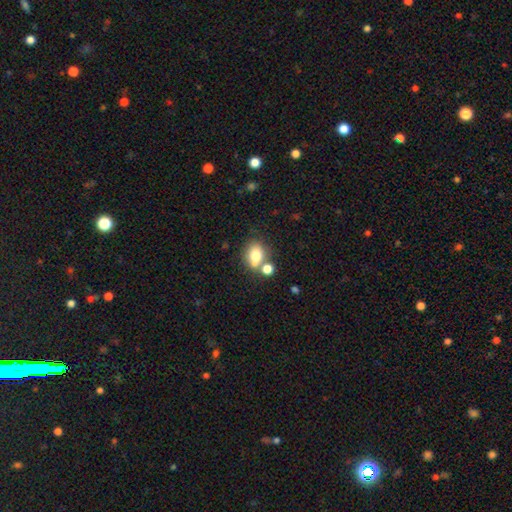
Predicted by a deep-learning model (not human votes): Smooth or featured? Predicted: smooth (p=0.74). How rounded? Predicted: in between (p=0.55). Merging? Predicted: none (p=0.52).